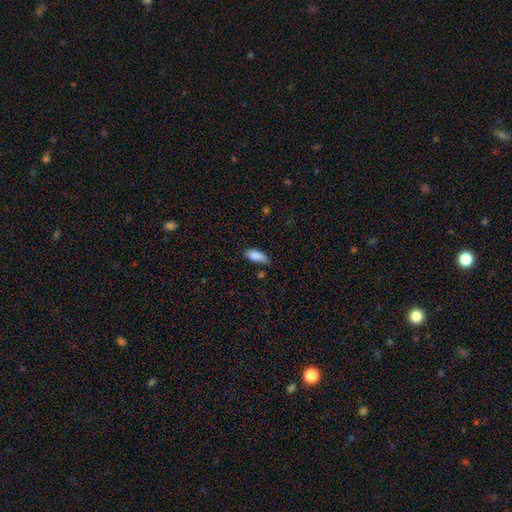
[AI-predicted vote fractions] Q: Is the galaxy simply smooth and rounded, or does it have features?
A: smooth — 86%.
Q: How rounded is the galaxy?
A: in between — 79%.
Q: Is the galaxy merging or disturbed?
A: none — 53%.